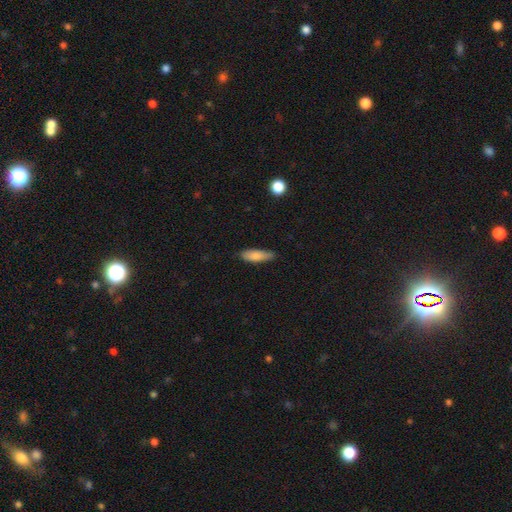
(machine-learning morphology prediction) This appears to be a smooth galaxy with no disk features (82%) that is in between round and cigar-shaped (53%). Merging: none (76%).